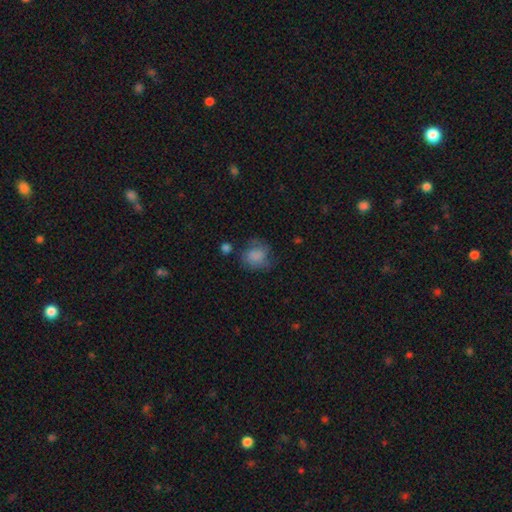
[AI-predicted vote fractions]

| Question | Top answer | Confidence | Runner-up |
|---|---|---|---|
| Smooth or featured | smooth | 77% | featured or disk (13%) |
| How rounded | round | 67% | in between (32%) |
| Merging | none | 54% | minor disturbance (27%) |